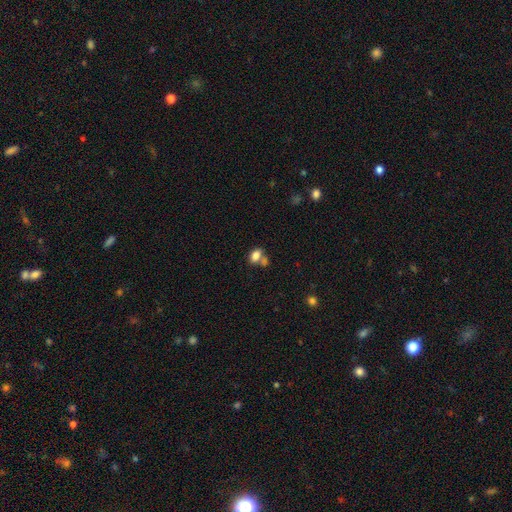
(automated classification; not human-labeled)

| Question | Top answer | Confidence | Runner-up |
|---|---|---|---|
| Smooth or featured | smooth | 81% | star or artifact (10%) |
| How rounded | in between | 81% | round (17%) |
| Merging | none | 46% | merger (38%) |